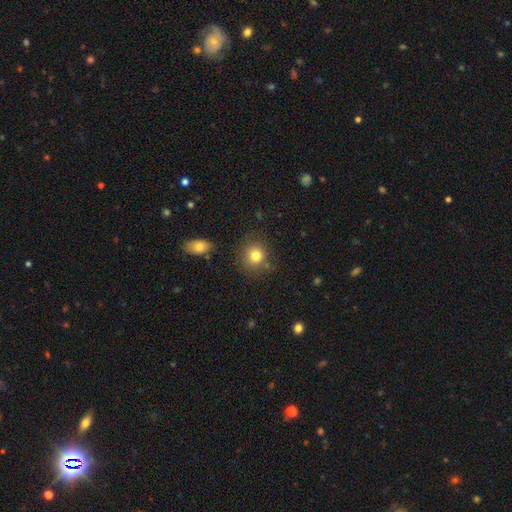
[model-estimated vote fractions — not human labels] Smooth or featured: smooth — 81% (star or artifact — 12%)
How rounded: round — 86% (in between — 13%)
Merging: none — 80% (minor disturbance — 12%)